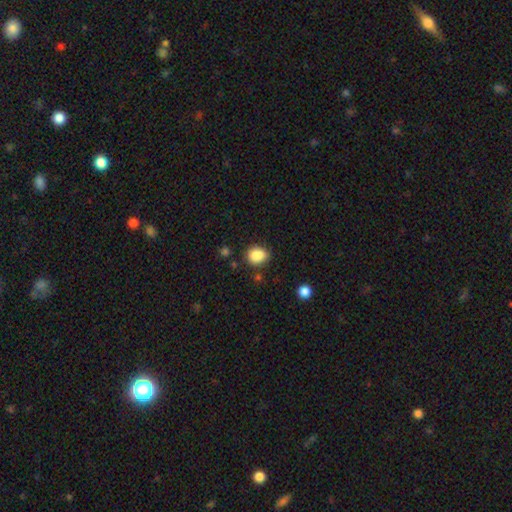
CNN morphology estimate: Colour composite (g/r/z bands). It shows a smooth galaxy with no disk features (87%) that is in between round and cigar-shaped (51%). Merging: none (77%).